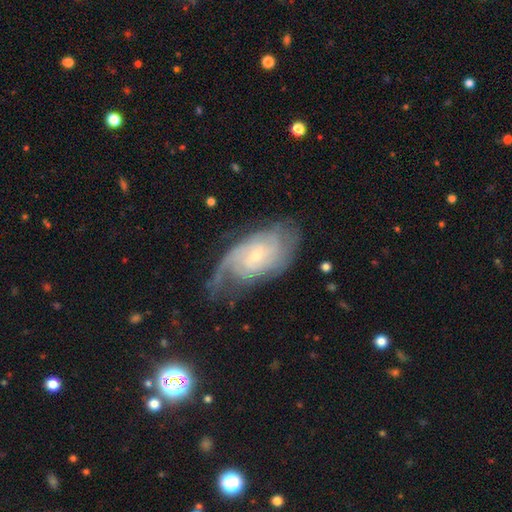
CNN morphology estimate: smooth-or-featured: featured or disk: 84% | smooth: 10% | star or artifact: 6%
  disk-edge-on: no: 95% | yes: 5%
    bar: no: 60% | weak: 34% | strong: 7%
    has-spiral-arms: yes: 96% | no: 4%
      spiral-winding: tight: 58% | medium: 32% | loose: 10%
      spiral-arm-count: can't tell: 35% | 2: 31% | 3: 15% | 4: 7% | 1: 7% | more than 4: 5%
    bulge-size: small: 75% | moderate: 21% | none: 2% | large: 1% | dominant: 1%
  merging: none: 59% | minor disturbance: 23% | major disturbance: 16% | merger: 2%